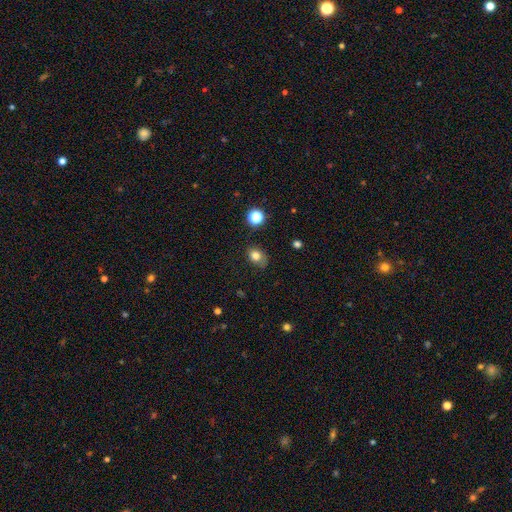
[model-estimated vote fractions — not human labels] Morphology: type=smooth (79%); roundness=in between (64%); merging=none (69%).